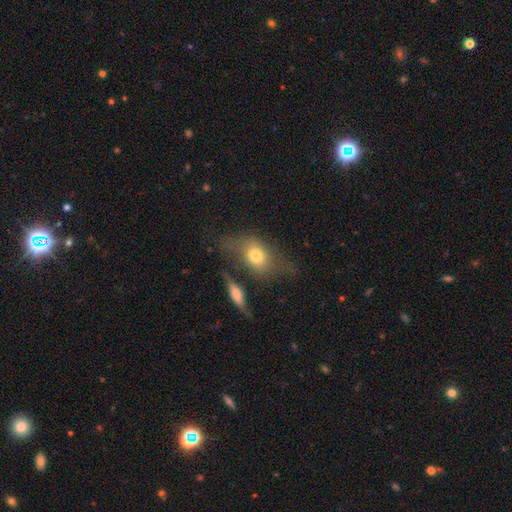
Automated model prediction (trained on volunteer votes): smooth-or-featured: smooth: 65% | featured or disk: 25% | star or artifact: 10%
  how-rounded: in between: 70% | round: 25% | cigar-shaped: 5%
  merging: none: 45% | minor disturbance: 22% | major disturbance: 18% | merger: 15%